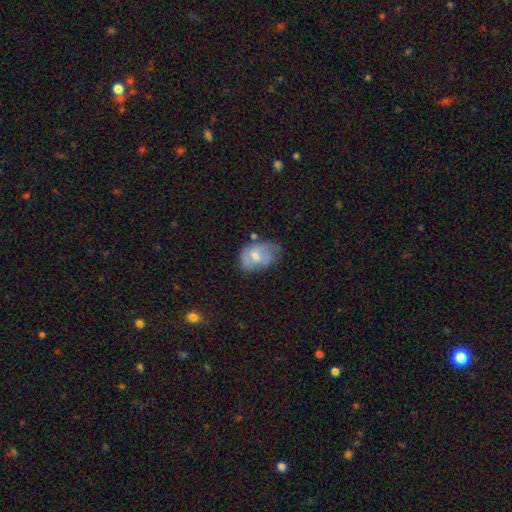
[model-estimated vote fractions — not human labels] A smooth galaxy with no disk features (55%) that is in between round and cigar-shaped (82%). Merging: minor disturbance (39%).